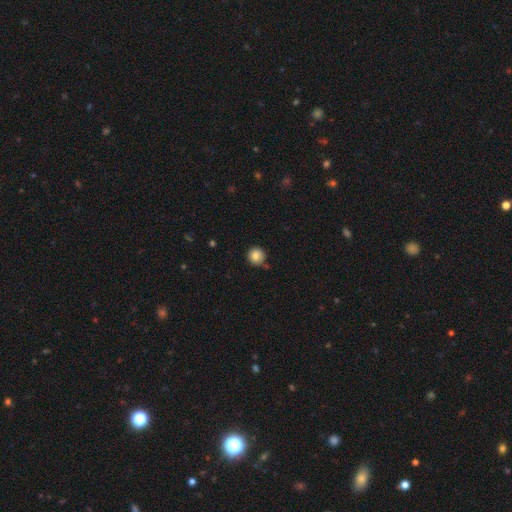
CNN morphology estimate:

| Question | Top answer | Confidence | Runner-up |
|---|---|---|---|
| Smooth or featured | smooth | 81% | star or artifact (10%) |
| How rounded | round | 95% | in between (4%) |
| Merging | none | 84% | minor disturbance (11%) |